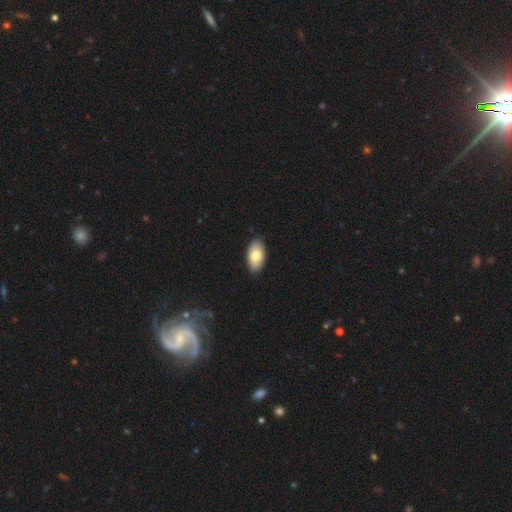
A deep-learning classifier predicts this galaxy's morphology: Overall: smooth (79%). How rounded: in between (95%). Merging: none (86%).